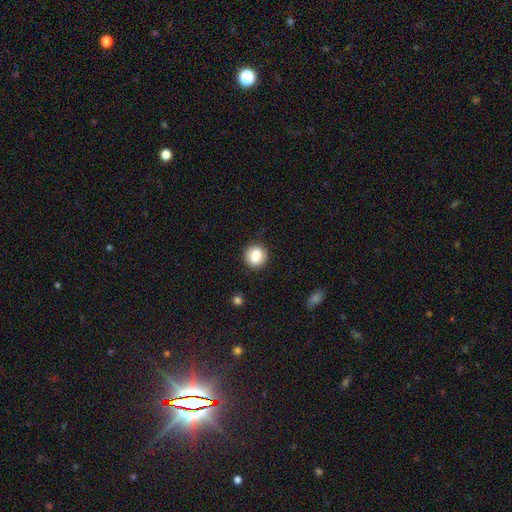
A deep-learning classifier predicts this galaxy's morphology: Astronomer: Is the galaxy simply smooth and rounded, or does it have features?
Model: smooth — 84%.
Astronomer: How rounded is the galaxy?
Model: round — 84%.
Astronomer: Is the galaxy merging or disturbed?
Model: none — 88%.